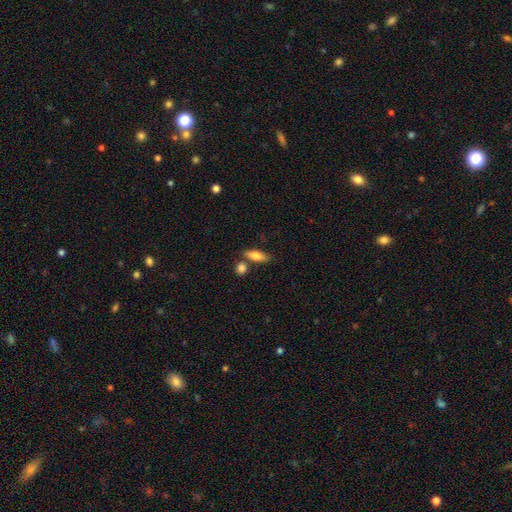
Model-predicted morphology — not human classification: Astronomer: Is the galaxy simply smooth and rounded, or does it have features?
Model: smooth — 75%.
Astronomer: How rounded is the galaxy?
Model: in between — 64%.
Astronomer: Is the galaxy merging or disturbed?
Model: none — 68%.